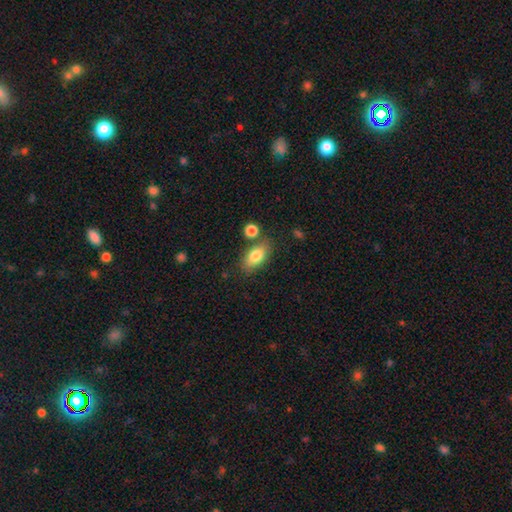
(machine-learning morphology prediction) Q: Smooth or featured?
A: smooth (79%); runner-up: featured or disk (13%)
Q: How rounded?
A: in between (86%); runner-up: round (7%)
Q: Merging?
A: none (74%); runner-up: minor disturbance (14%)